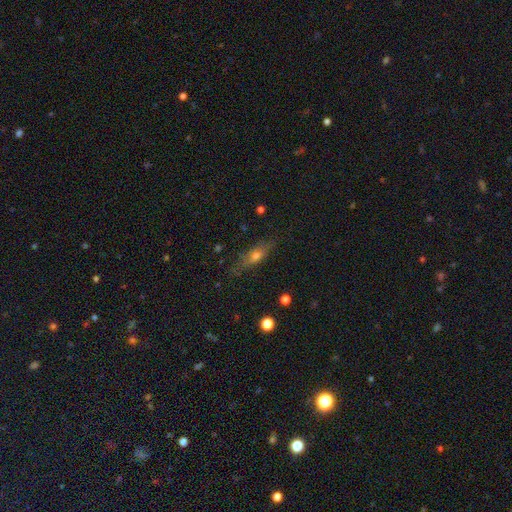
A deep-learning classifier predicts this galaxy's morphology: Smooth or featured? Predicted: smooth (p=0.45). Merging? Predicted: none (p=0.79).